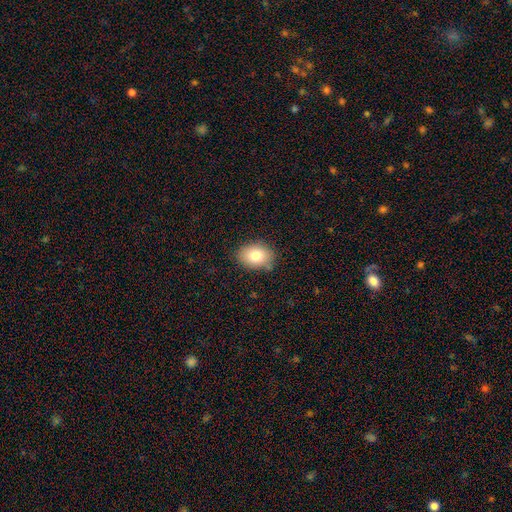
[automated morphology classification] Q: Smooth or featured?
A: smooth (79%); runner-up: featured or disk (11%)
Q: How rounded?
A: in between (69%); runner-up: round (30%)
Q: Merging?
A: none (81%); runner-up: minor disturbance (14%)